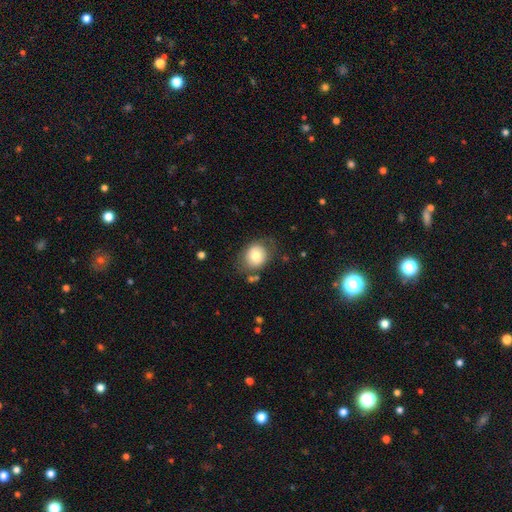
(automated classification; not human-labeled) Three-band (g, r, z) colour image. It shows a smooth galaxy with no disk features (73%) that is round (59%). Merging: none (69%).